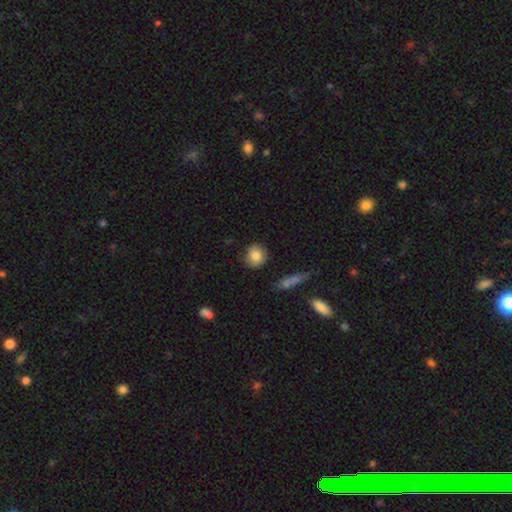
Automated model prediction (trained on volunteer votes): The model was most divided on "merging": none: 80%, minor disturbance: 14%, major disturbance: 3%, merger: 2%. More confident: how rounded — round (87%); smooth or featured — smooth (84%).